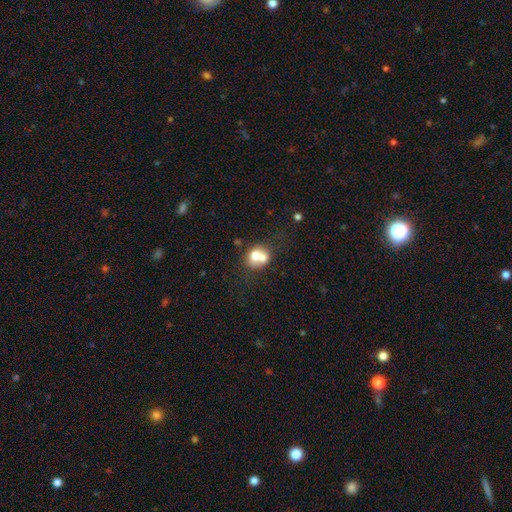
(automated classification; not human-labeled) Smooth or featured? Predicted: smooth (p=0.64). How rounded? Predicted: round (p=0.65). Merging? Predicted: merger (p=0.61).